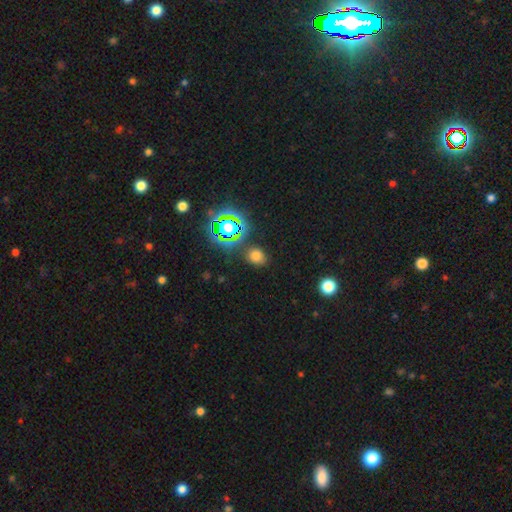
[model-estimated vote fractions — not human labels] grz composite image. It shows a smooth galaxy with no disk features (66%) that is round (55%). Merging: none (80%).